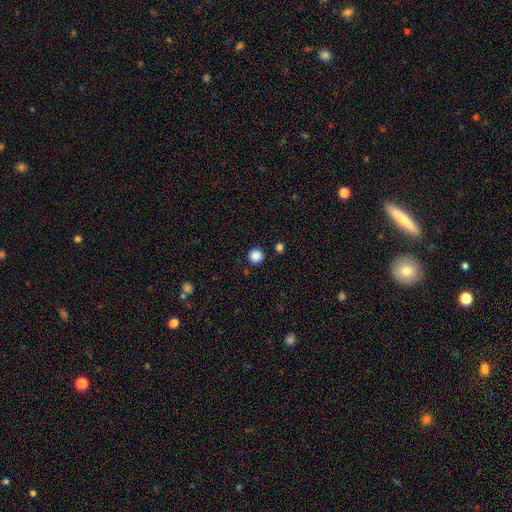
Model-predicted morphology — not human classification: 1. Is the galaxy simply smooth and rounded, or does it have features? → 87% smooth, 11% star or artifact, 3% featured or disk.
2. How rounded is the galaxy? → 96% round, 3% in between, 1% cigar-shaped.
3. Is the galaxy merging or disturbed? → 91% none, 5% minor disturbance, 2% merger, 2% major disturbance.